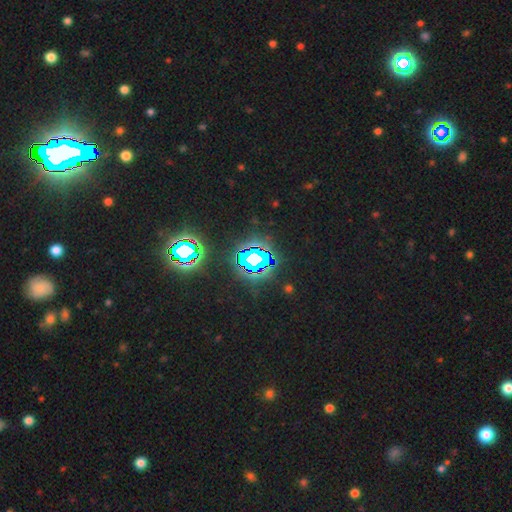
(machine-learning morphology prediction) smooth-or-featured: star or artifact: 73% | smooth: 15% | featured or disk: 12%